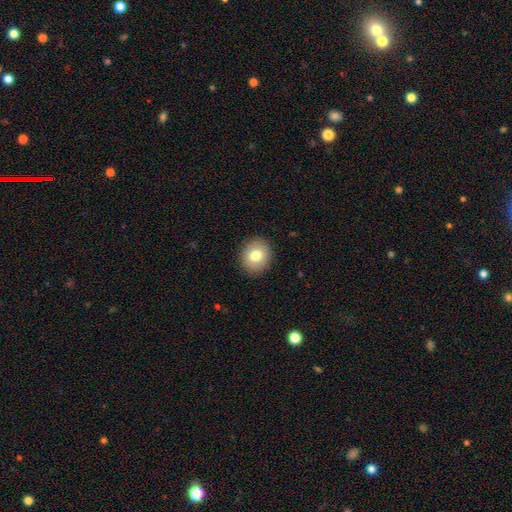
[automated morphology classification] smooth_or_featured: smooth (p=0.79) [alt: featured or disk p=0.13]
how_rounded: round (p=0.69) [alt: in between p=0.30]
merging: none (p=0.90) [alt: minor disturbance p=0.07]